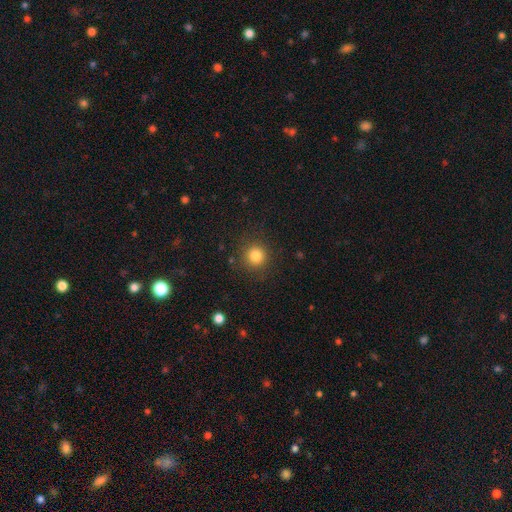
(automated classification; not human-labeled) A smooth galaxy with no disk features (83%) that is round (93%). Merging: none (88%).